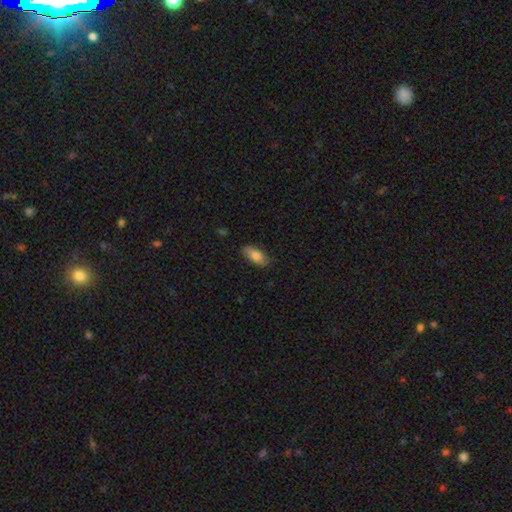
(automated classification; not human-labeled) smooth-or-featured: smooth: 79% | featured or disk: 14% | star or artifact: 7%
  how-rounded: in between: 86% | cigar-shaped: 11% | round: 2%
  merging: none: 81% | minor disturbance: 15% | major disturbance: 2% | merger: 1%